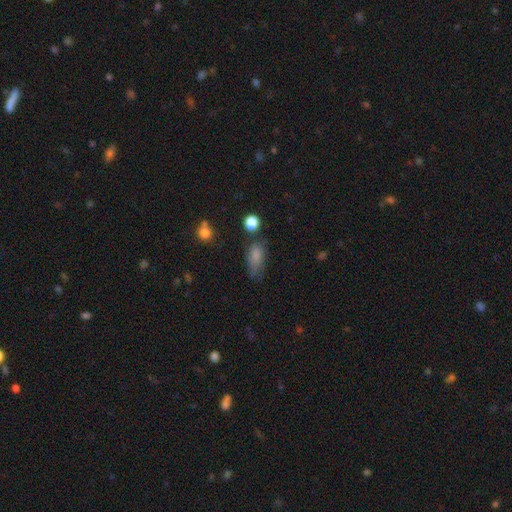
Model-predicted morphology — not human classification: Smooth or featured: smooth — 78% (star or artifact — 11%)
How rounded: in between — 83% (cigar-shaped — 9%)
Merging: none — 45% (minor disturbance — 34%)